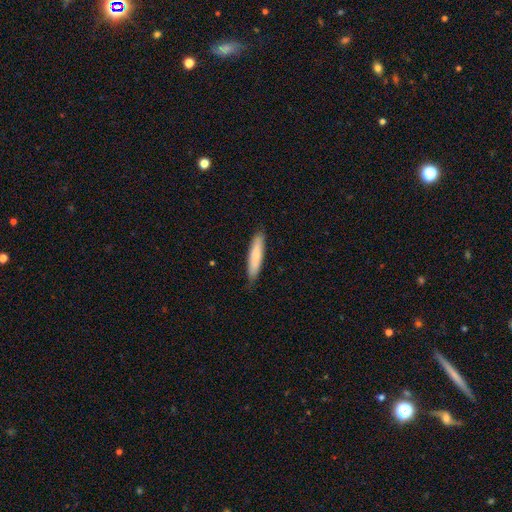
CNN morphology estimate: smooth_or_featured: smooth (p=0.76) [alt: featured or disk p=0.18]
how_rounded: cigar-shaped (p=0.84) [alt: in between p=0.14]
merging: none (p=0.84) [alt: minor disturbance p=0.13]